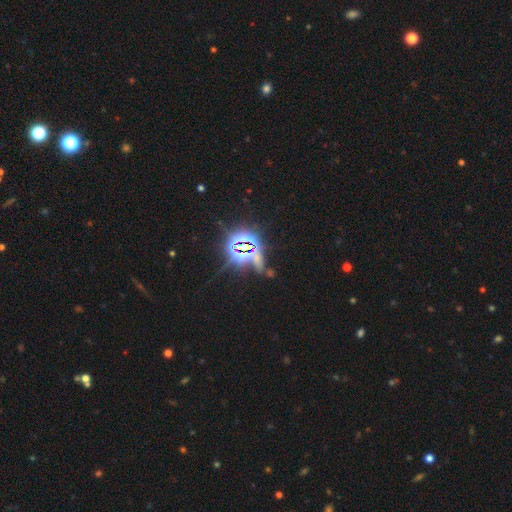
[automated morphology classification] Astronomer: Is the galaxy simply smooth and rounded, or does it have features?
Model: star or artifact — 77%.